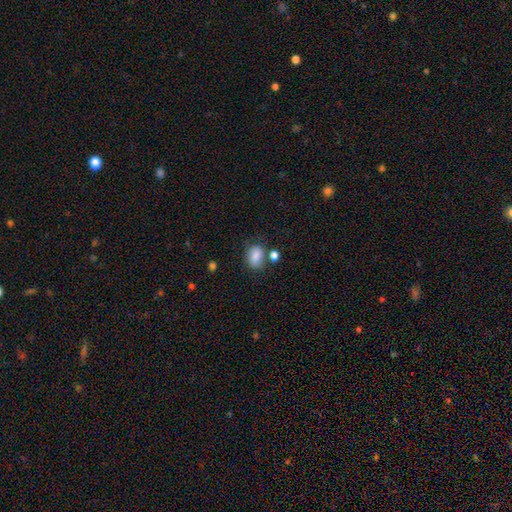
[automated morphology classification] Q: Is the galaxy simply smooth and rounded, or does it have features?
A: smooth — 83%.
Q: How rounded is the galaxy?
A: in between — 72%.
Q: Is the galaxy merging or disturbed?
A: none — 62%.